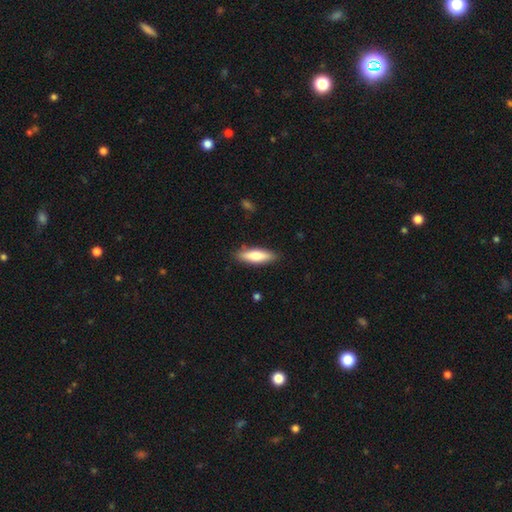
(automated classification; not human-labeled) smooth 73%, featured or disk 22%, star or artifact 6%. Down the decision tree: how rounded — cigar-shaped (57%); merging — none (86%).